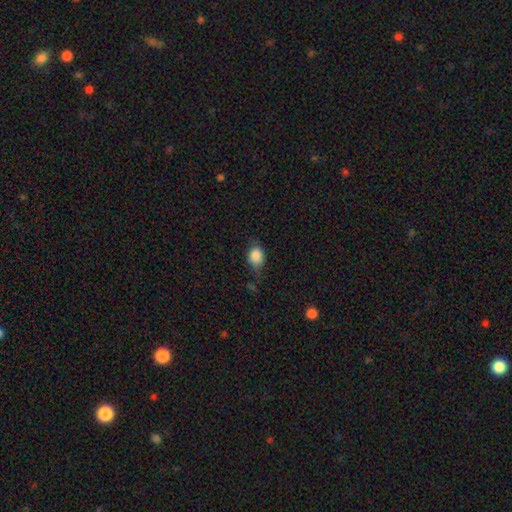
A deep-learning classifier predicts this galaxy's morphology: Overall: smooth (85%). How rounded: in between (52%; round 47%). Merging: none (54%; minor disturbance 32%).